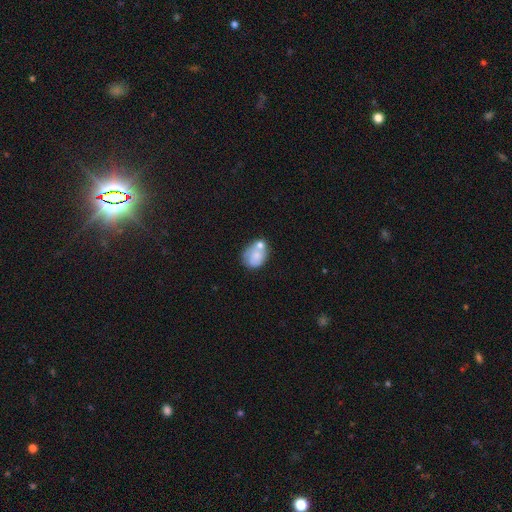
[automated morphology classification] Overall: smooth (64%; featured or disk 28%). How rounded: in between (60%; round 38%). Merging: none (35%; merger 33%).